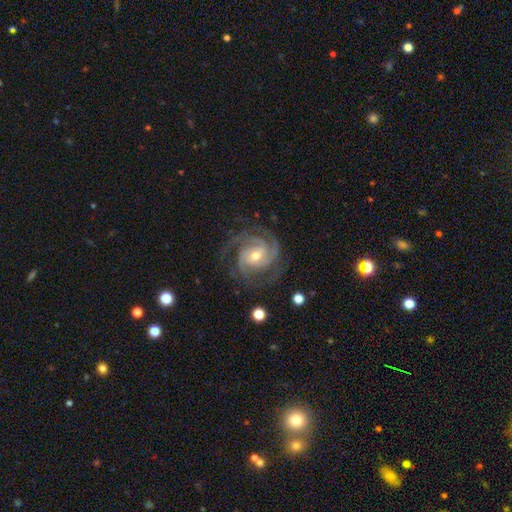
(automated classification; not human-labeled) smooth-or-featured: featured or disk: 93% | star or artifact: 4% | smooth: 3%
  disk-edge-on: no: 98% | yes: 2%
    bar: no: 51% | weak: 36% | strong: 13%
    has-spiral-arms: yes: 99% | no: 1%
      spiral-winding: tight: 64% | medium: 32% | loose: 4%
      spiral-arm-count: 3: 50% | 2: 16% | 4: 15% | can't tell: 9% | more than 4: 5% | 1: 5%
    bulge-size: moderate: 53% | small: 43% | large: 2% | none: 1% | dominant: 1%
  merging: none: 77% | minor disturbance: 15% | major disturbance: 7% | merger: 1%